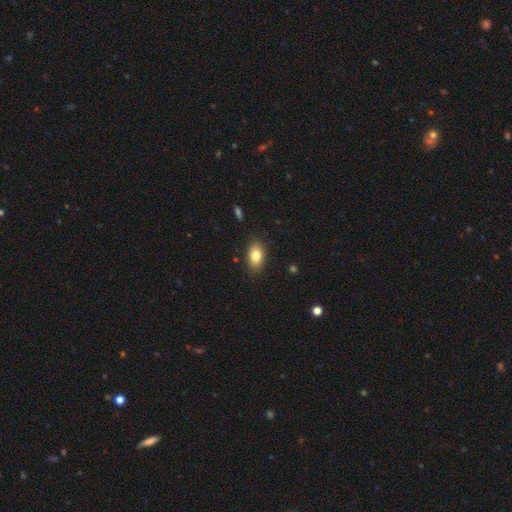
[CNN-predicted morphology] Q: Smooth or featured?
A: smooth (82%); runner-up: featured or disk (11%)
Q: How rounded?
A: in between (90%); runner-up: round (7%)
Q: Merging?
A: none (87%); runner-up: minor disturbance (10%)